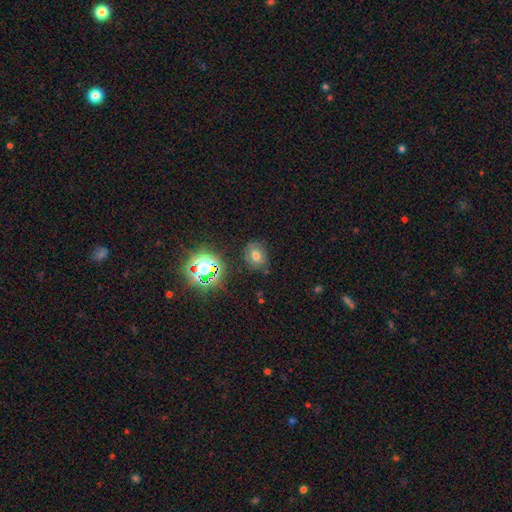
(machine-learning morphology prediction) smooth 64%, star or artifact 23%, featured or disk 13%. Down the decision tree: how rounded — round (57%); merging — none (80%).